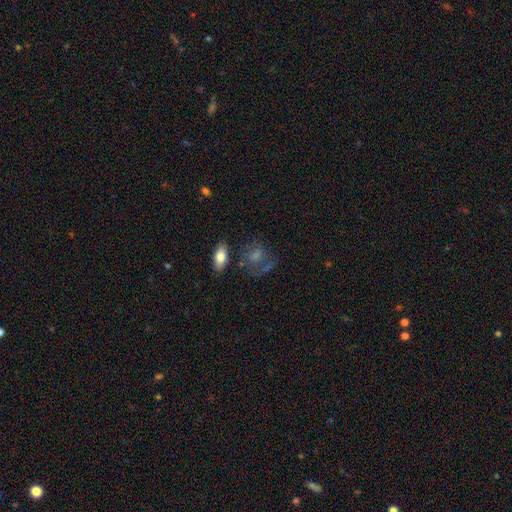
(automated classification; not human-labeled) smooth 42%, featured or disk 40%, star or artifact 19%. Down the decision tree: merging — none (52%).